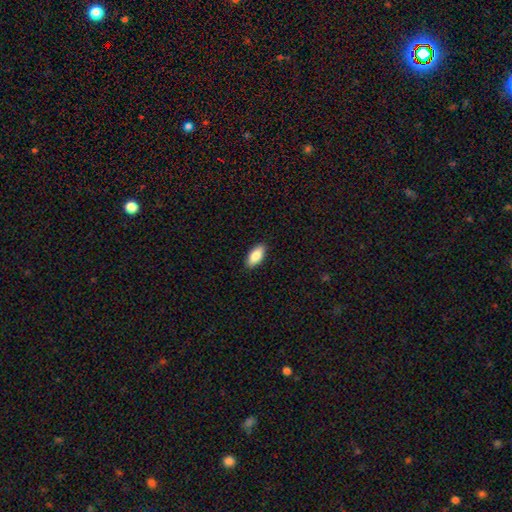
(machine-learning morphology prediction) type=smooth (85%); roundness=in between (88%); merging=none (90%).